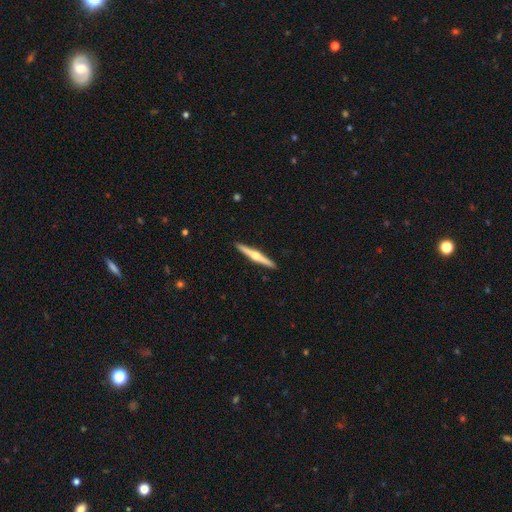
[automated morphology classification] This appears to be a featured or disk galaxy (73%) viewed edge-on (98%) with a rounded central bulge (93%). Merging: none (92%).